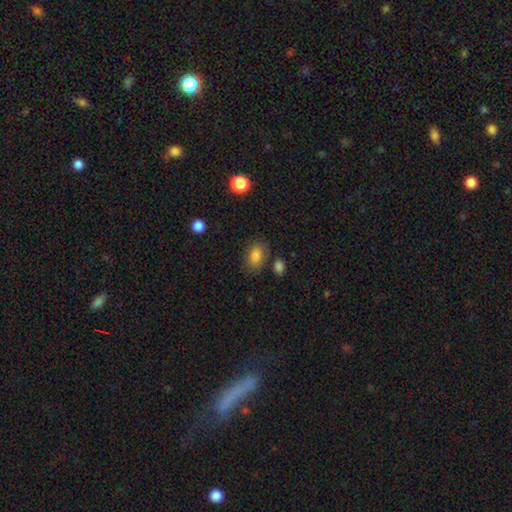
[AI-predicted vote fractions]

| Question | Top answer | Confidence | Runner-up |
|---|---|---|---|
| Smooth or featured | smooth | 81% | featured or disk (10%) |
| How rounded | in between | 81% | round (17%) |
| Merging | none | 74% | minor disturbance (16%) |